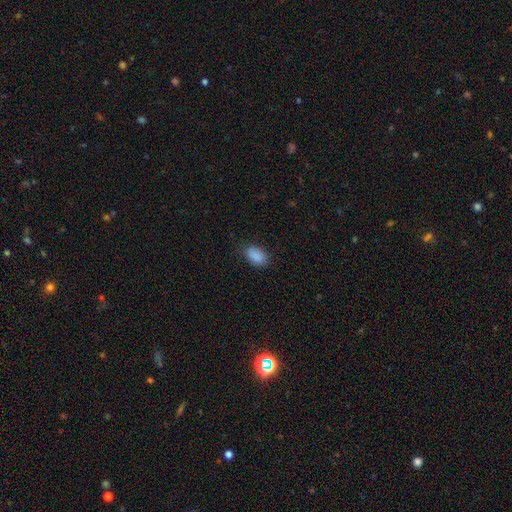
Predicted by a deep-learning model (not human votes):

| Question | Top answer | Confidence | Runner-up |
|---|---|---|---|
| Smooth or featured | smooth | 89% | star or artifact (8%) |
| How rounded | in between | 90% | round (8%) |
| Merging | none | 79% | minor disturbance (17%) |